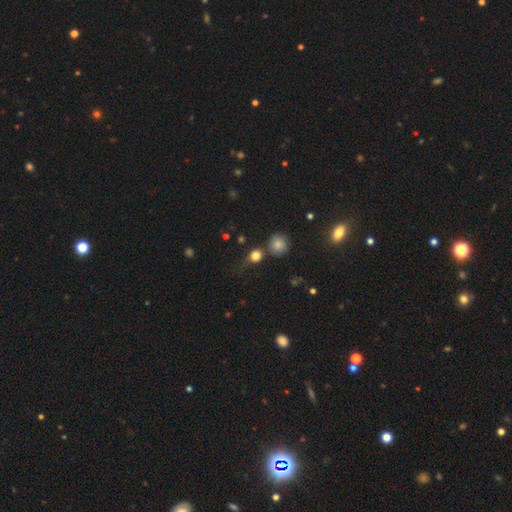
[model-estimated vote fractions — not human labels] Smooth or featured? smooth (79%)
How rounded? round (82%)
Merging? none (57%)